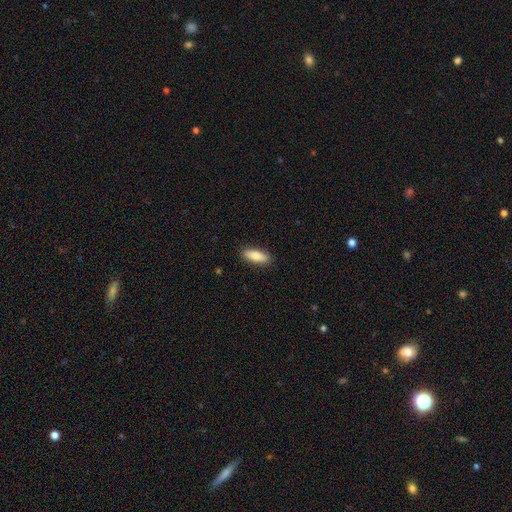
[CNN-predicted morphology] Smooth or featured: smooth — 81% (featured or disk — 13%)
How rounded: in between — 72% (cigar-shaped — 26%)
Merging: none — 89% (minor disturbance — 8%)